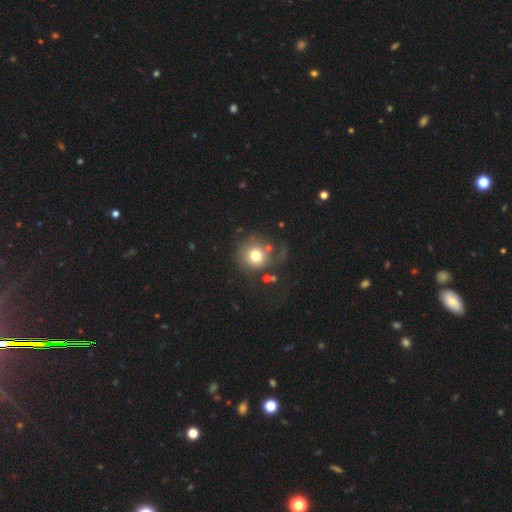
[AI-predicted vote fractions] Smooth or featured? Predicted: smooth (p=0.73). How rounded? Predicted: round (p=0.90). Merging? Predicted: none (p=0.51).